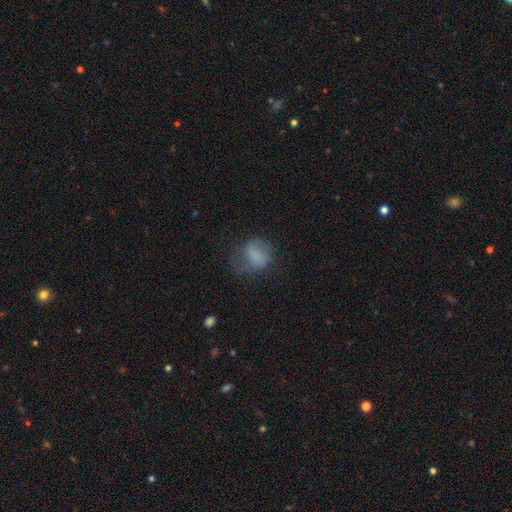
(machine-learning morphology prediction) Smooth or featured? smooth (61%)
How rounded? round (52%)
Merging? none (45%)